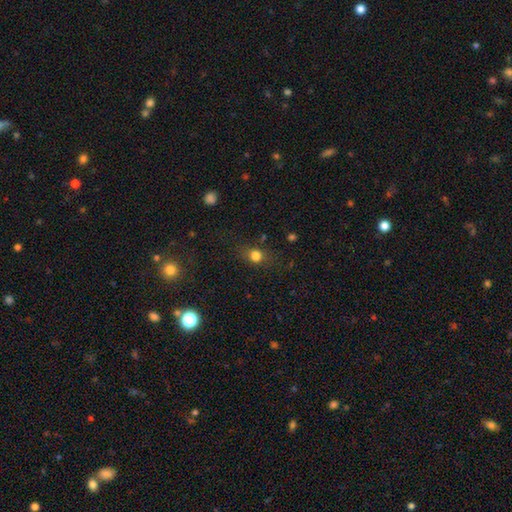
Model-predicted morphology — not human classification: smooth 76%, star or artifact 15%, featured or disk 9%. Down the decision tree: how rounded — round (64%); merging — none (76%).